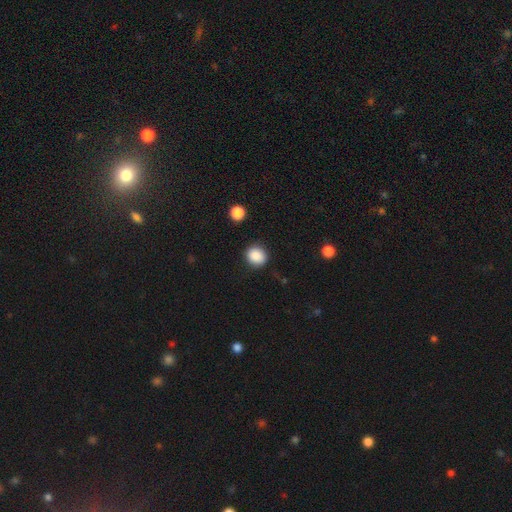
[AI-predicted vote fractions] smooth-or-featured: smooth: 87% | star or artifact: 9% | featured or disk: 4%
  how-rounded: round: 80% | in between: 19% | cigar-shaped: 1%
  merging: none: 88% | minor disturbance: 8% | major disturbance: 2% | merger: 2%